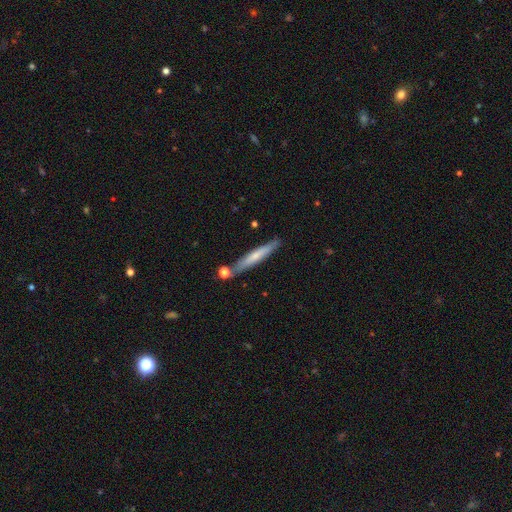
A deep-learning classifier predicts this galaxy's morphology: The model was most divided on "smooth or featured": smooth: 53%, featured or disk: 41%, star or artifact: 6%. More confident: how rounded — cigar-shaped (94%); merging — none (78%).